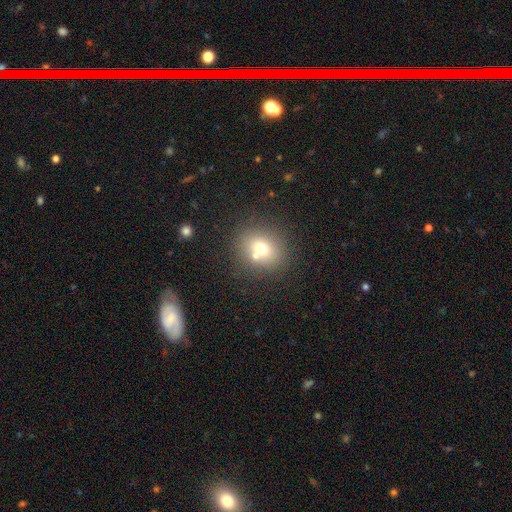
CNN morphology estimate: Smooth or featured: smooth — 68% (featured or disk — 18%)
How rounded: round — 76% (in between — 23%)
Merging: none — 63% (merger — 23%)